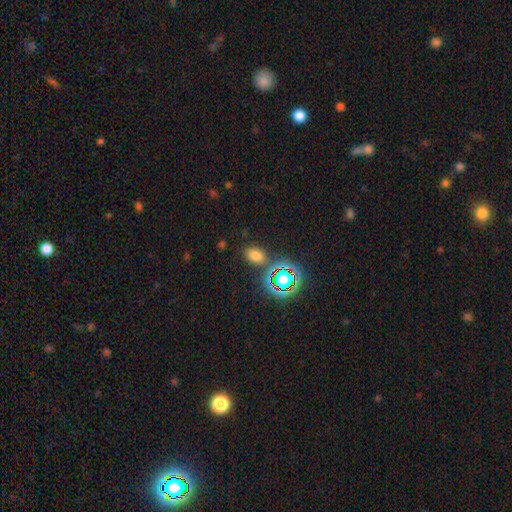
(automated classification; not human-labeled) A smooth galaxy with no disk features (69%) that is in between round and cigar-shaped (79%). Merging: none (78%).